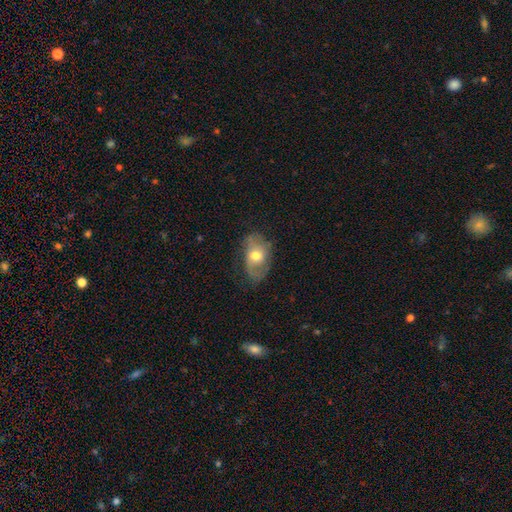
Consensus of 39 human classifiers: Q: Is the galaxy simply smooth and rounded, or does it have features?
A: smooth — 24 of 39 (62%).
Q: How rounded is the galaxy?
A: in between — 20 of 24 (83%).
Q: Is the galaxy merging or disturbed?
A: none — 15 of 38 (39%).